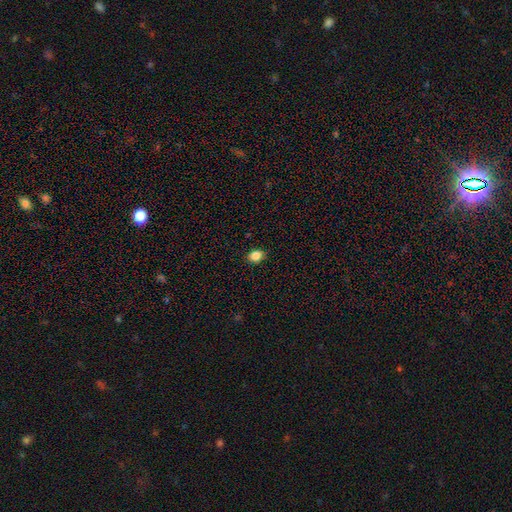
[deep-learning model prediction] Morphology: type=smooth (85%); roundness=round (51%); merging=none (88%).